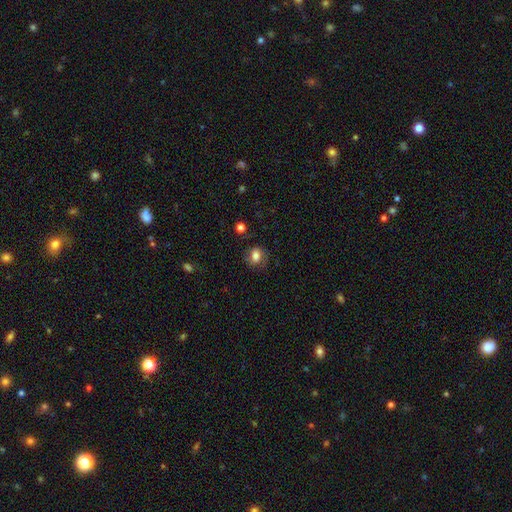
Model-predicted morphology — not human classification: A smooth galaxy with no disk features (72%) that is in between round and cigar-shaped (50%). Merging: none (71%).